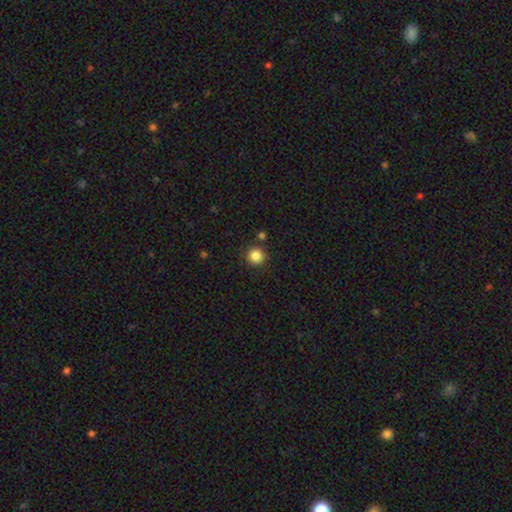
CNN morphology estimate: This is clearly a smooth galaxy (85%). How rounded: clearly round (95%). Merging: clearly none (87%).